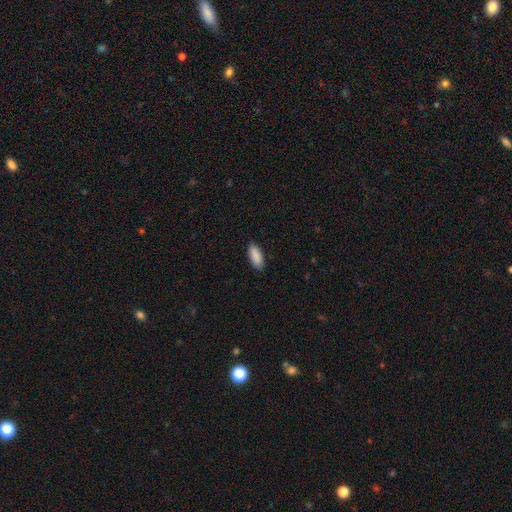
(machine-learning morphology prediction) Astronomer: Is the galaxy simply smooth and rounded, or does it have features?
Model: smooth — 91%.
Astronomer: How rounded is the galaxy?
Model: in between — 86%.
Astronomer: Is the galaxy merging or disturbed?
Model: none — 88%.